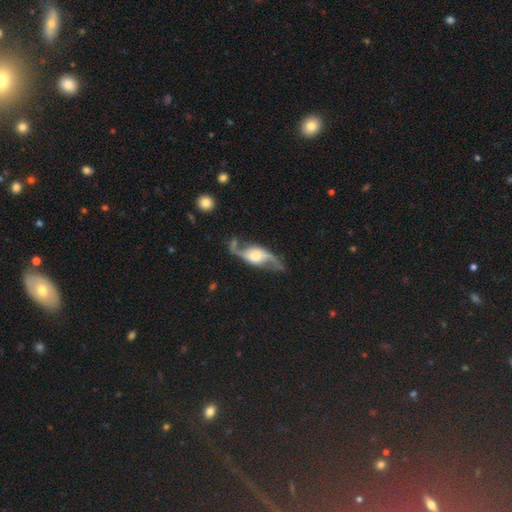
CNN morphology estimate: Smooth or featured? featured or disk (86%)
Edge-on disk? no (89%)
Bar? no (53%)
Spiral arms? yes (95%)
Spiral winding? loose (79%)
Spiral arm count? 2 (93%)
Bulge size? moderate (40%)
Merging? none (70%)